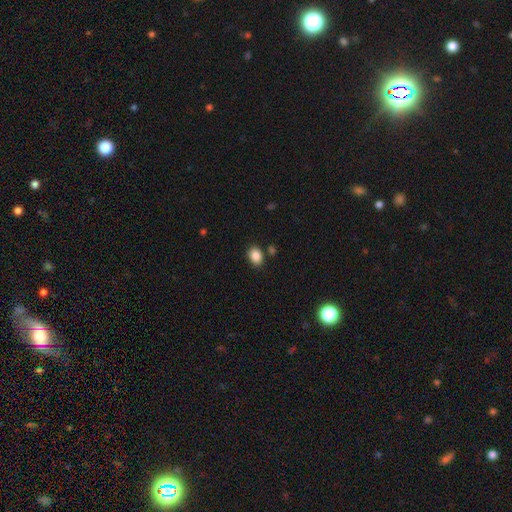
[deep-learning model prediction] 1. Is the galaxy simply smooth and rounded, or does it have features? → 87% smooth, 9% star or artifact, 4% featured or disk.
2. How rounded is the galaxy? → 65% in between, 34% round, 1% cigar-shaped.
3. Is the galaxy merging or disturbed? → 81% none, 12% minor disturbance, 5% merger, 3% major disturbance.